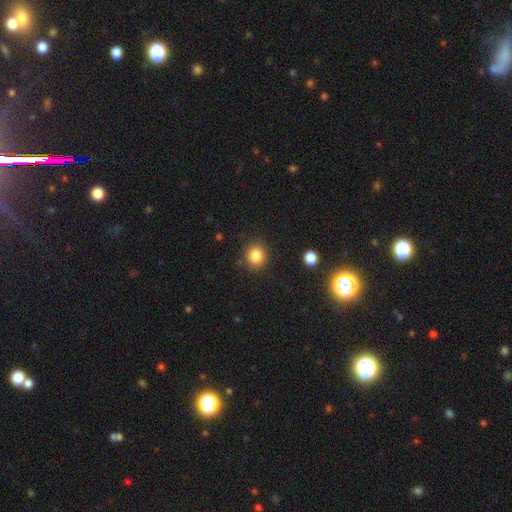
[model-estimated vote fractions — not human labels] Smooth or featured? smooth (85%)
How rounded? round (82%)
Merging? none (87%)